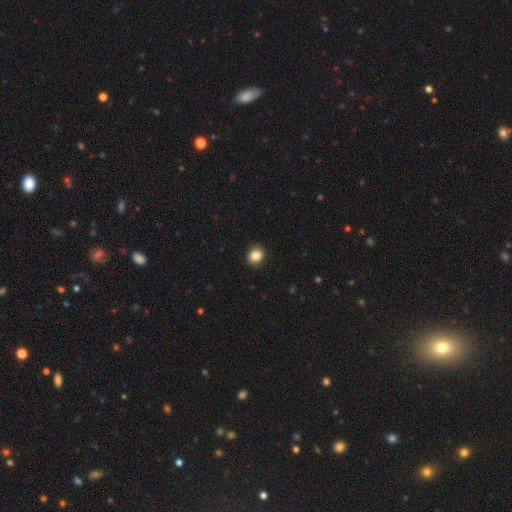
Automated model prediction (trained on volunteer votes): Smooth or featured?
  - smooth: 86% *
  - star or artifact: 10%
  - featured or disk: 4%
How rounded?
  - round: 79% *
  - in between: 20%
  - cigar-shaped: 1%
Merging?
  - none: 91% *
  - minor disturbance: 6%
  - major disturbance: 2%
  - merger: 1%